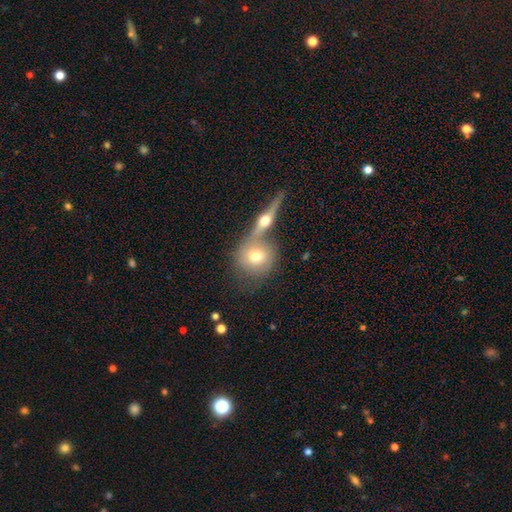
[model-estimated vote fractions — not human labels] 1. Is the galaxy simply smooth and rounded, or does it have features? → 62% smooth, 30% featured or disk, 8% star or artifact.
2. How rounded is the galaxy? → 82% round, 15% in between, 3% cigar-shaped.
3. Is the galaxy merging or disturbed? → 44% merger, 43% none, 9% minor disturbance, 4% major disturbance.